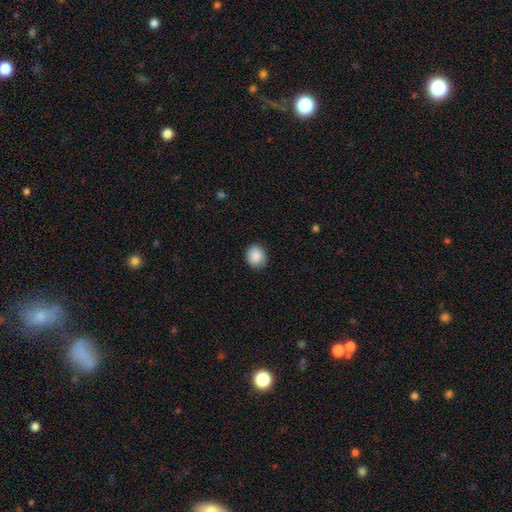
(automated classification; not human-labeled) A smooth galaxy with no disk features (89%) that is round (74%).

Vote fractions:
- Smooth or featured? smooth: 89% / star or artifact: 8% / featured or disk: 3%
- How rounded? round: 74% / in between: 25% / cigar-shaped: 1%
- Merging? none: 88% / minor disturbance: 9% / major disturbance: 2% / merger: 1%